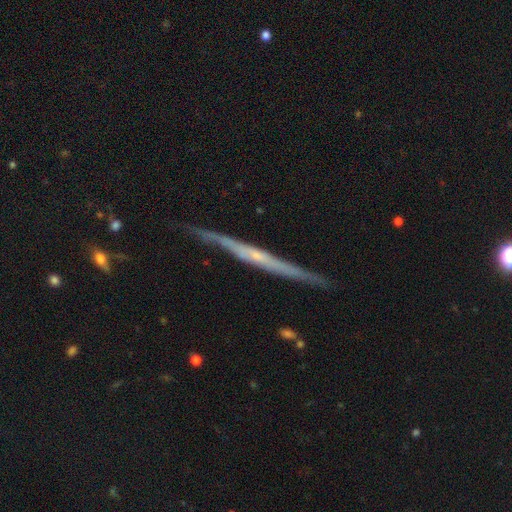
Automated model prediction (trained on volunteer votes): This is likely a featured or disk galaxy (75%). It is clearly viewed edge-on (96%). Edge-on bulge: possibly none (60%). Merging: clearly none (80%).